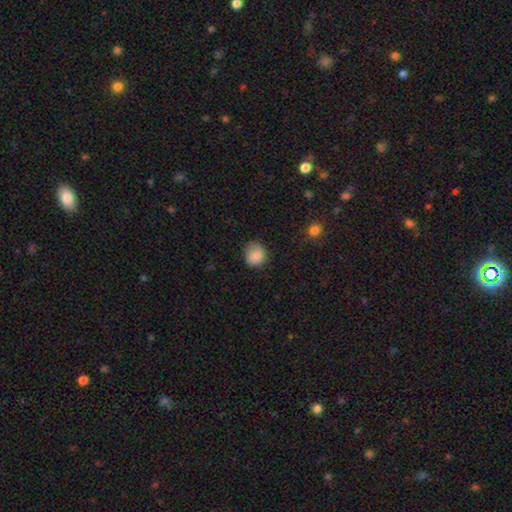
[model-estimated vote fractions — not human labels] Smooth or featured? smooth (84%)
How rounded? round (75%)
Merging? none (66%)